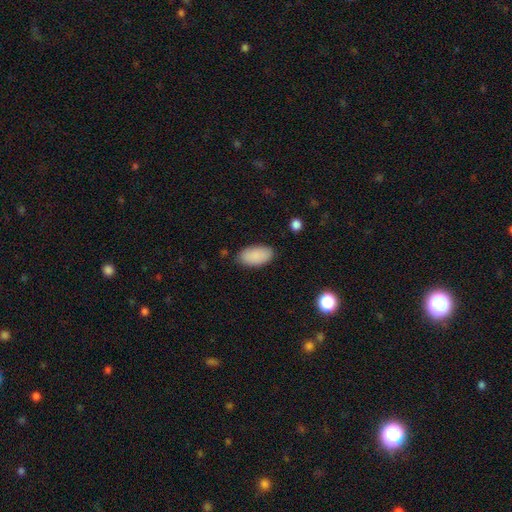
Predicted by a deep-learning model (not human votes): A smooth galaxy with no disk features (89%) that is in between round and cigar-shaped (95%).

Vote fractions:
- Smooth or featured? smooth: 89% / star or artifact: 6% / featured or disk: 5%
- How rounded? in between: 95% / cigar-shaped: 3% / round: 2%
- Merging? none: 83% / minor disturbance: 12% / major disturbance: 3% / merger: 1%